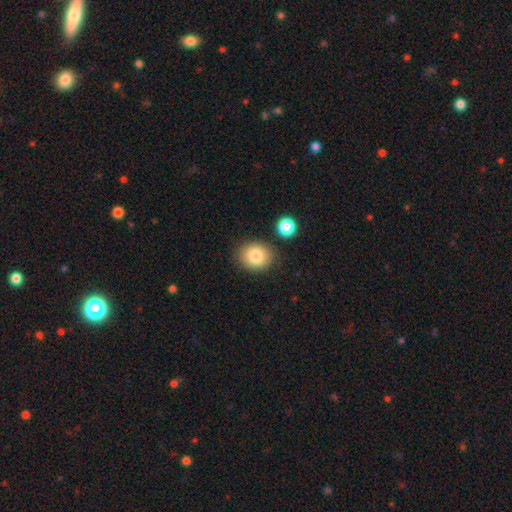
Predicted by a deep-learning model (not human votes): smooth 84%, star or artifact 9%, featured or disk 8%. Down the decision tree: how rounded — round (64%); merging — none (81%).